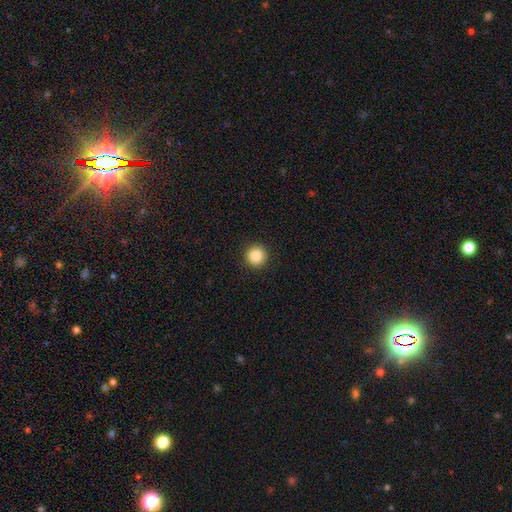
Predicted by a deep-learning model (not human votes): Smooth or featured? Predicted: smooth (p=0.85). How rounded? Predicted: round (p=0.95). Merging? Predicted: none (p=0.93).